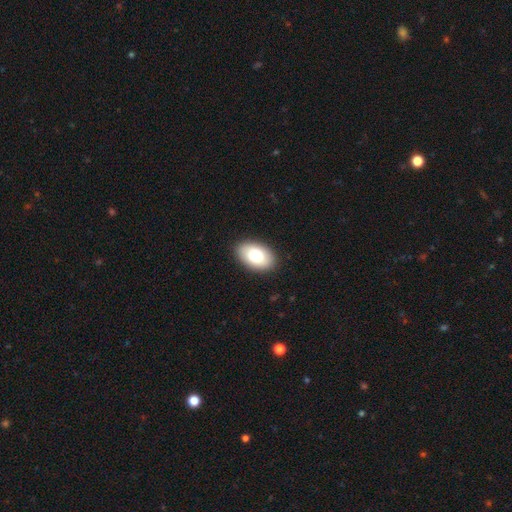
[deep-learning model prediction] The model was most divided on "smooth or featured": smooth: 81%, featured or disk: 13%, star or artifact: 6%. More confident: how rounded — in between (93%); merging — none (89%).